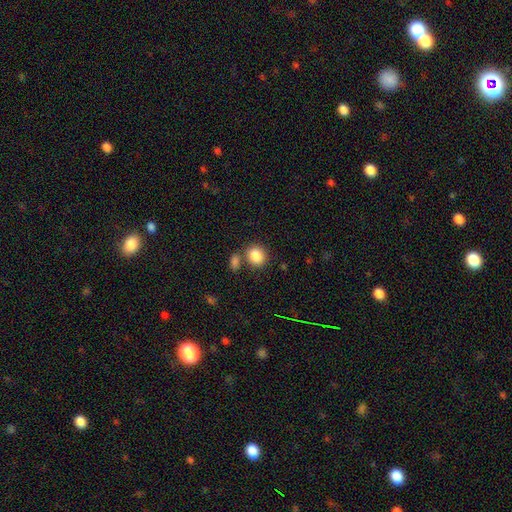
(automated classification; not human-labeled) Q: Smooth or featured?
A: smooth (86%); runner-up: star or artifact (9%)
Q: How rounded?
A: round (63%); runner-up: in between (36%)
Q: Merging?
A: none (66%); runner-up: merger (19%)